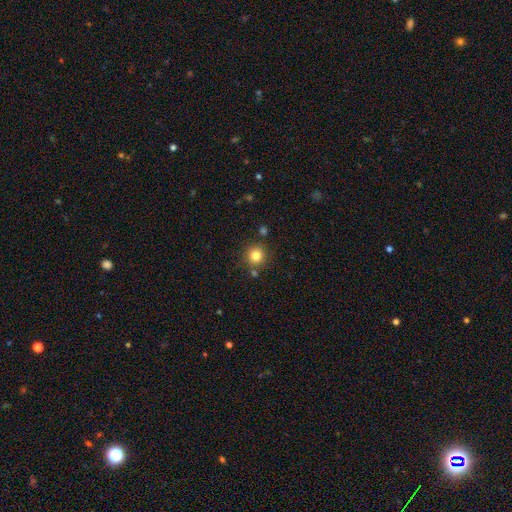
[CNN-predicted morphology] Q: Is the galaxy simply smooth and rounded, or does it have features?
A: smooth — 81%.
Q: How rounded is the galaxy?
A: round — 93%.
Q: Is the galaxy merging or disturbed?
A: none — 83%.